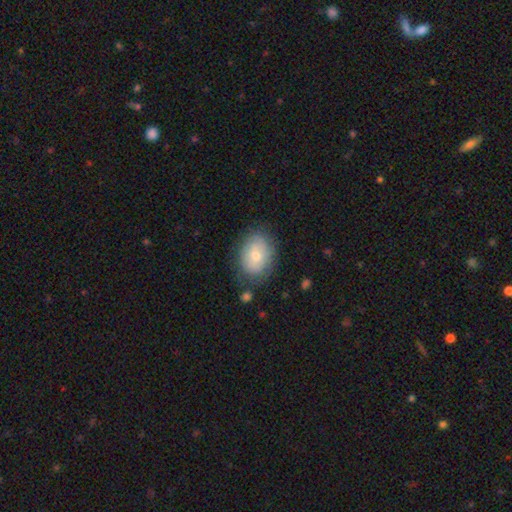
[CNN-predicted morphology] smooth_or_featured: smooth (p=0.69) [alt: featured or disk p=0.23]
how_rounded: in between (p=0.69) [alt: round p=0.30]
merging: none (p=0.77) [alt: minor disturbance p=0.16]